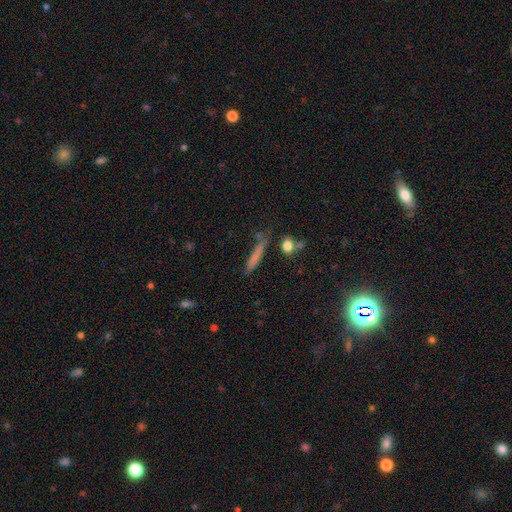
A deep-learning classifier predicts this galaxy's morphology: A smooth galaxy with no disk features (65%) that is cigar-shaped (88%). Merging: none (69%).